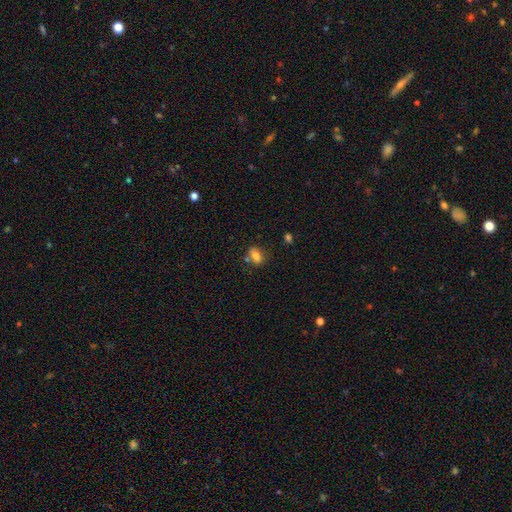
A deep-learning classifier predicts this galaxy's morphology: This is likely a smooth galaxy (78%). How rounded: likely in between (77%). Merging: likely none (65%).